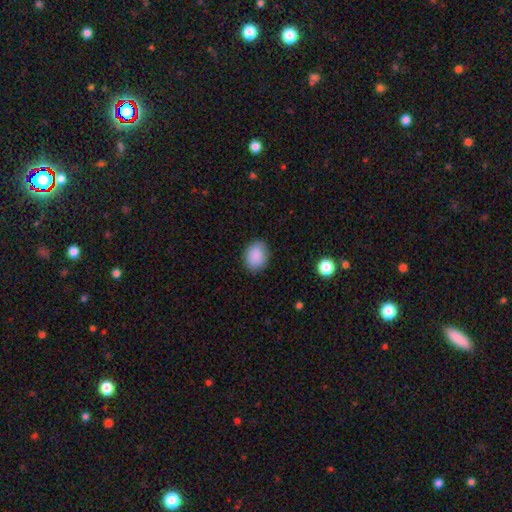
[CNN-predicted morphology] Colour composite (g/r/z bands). It shows a smooth galaxy with no disk features (89%) that is in between round and cigar-shaped (62%). Merging: none (85%).